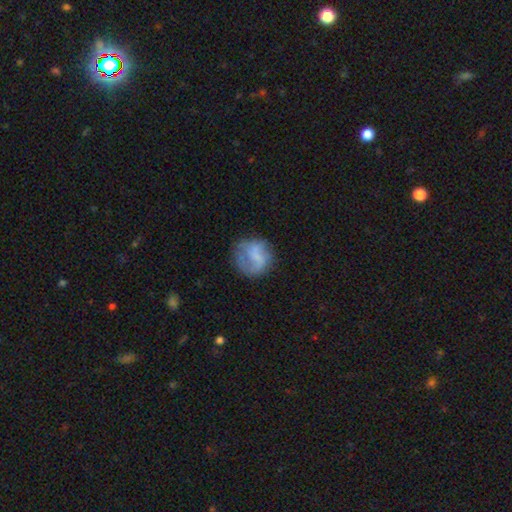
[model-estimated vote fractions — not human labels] Smooth or featured?
  - featured or disk: 46% * (tied)
  - smooth: 46% * (tied)
  - star or artifact: 8%
Merging?
  - none: 62% *
  - minor disturbance: 21%
  - major disturbance: 15%
  - merger: 2%